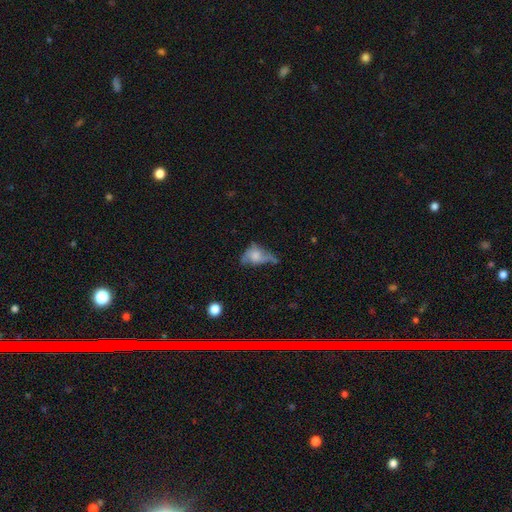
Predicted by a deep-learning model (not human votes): smooth_or_featured: smooth (p=0.51) [alt: featured or disk p=0.37]
how_rounded: in between (p=0.75) [alt: round p=0.18]
merging: major disturbance (p=0.34) [alt: none p=0.27]